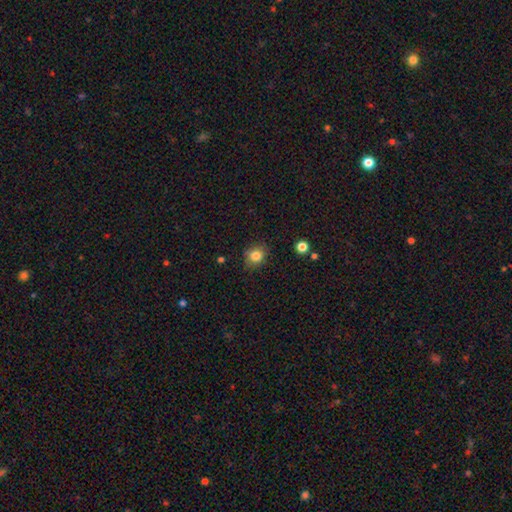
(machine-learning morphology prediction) Q: Smooth or featured?
A: smooth (82%); runner-up: star or artifact (11%)
Q: How rounded?
A: round (75%); runner-up: in between (24%)
Q: Merging?
A: none (82%); runner-up: minor disturbance (13%)